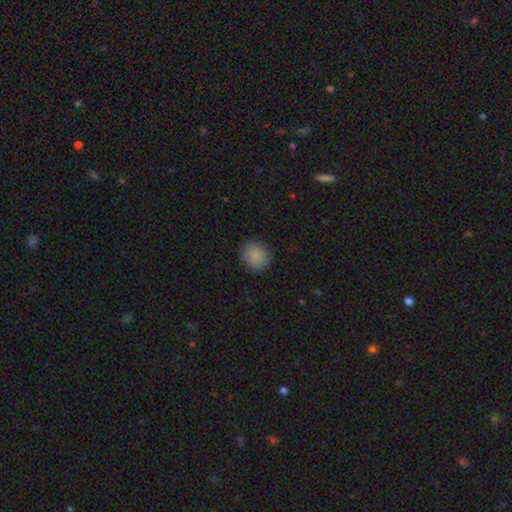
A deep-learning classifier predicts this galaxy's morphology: Smooth or featured?
  - smooth: 87% *
  - star or artifact: 8%
  - featured or disk: 4%
How rounded?
  - round: 86% *
  - in between: 13%
  - cigar-shaped: 1%
Merging?
  - none: 87% *
  - minor disturbance: 10%
  - major disturbance: 3%
  - merger: 1%